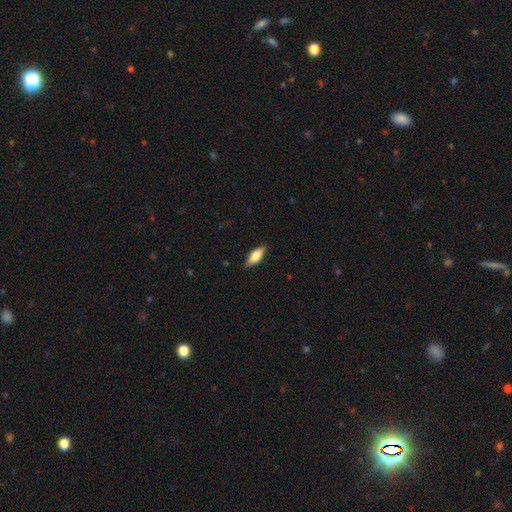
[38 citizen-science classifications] Smooth or featured: smooth — 63% (featured or disk — 37%)
How rounded: in between — 83% (cigar-shaped — 17%)
Merging: none — 82% (minor disturbance — 13%)